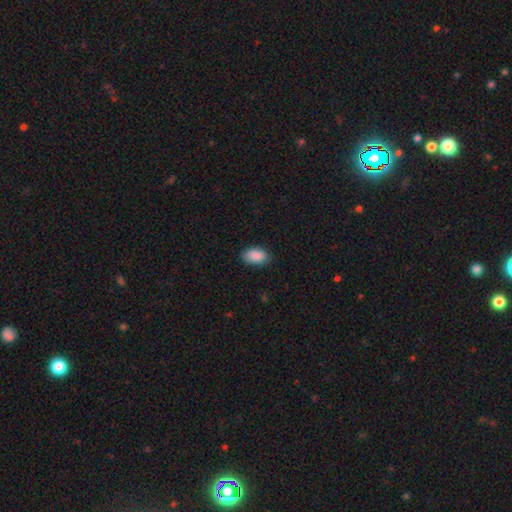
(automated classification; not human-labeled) Smooth or featured? smooth (90%)
How rounded? in between (94%)
Merging? none (86%)